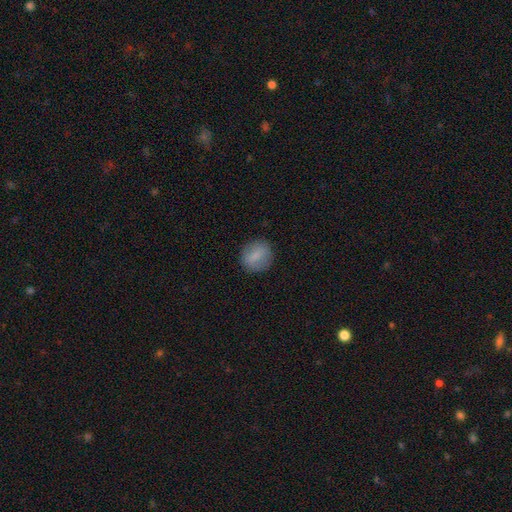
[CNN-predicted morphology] smooth-or-featured: smooth: 78% | featured or disk: 14% | star or artifact: 8%
  how-rounded: round: 73% | in between: 26% | cigar-shaped: 2%
  merging: none: 86% | minor disturbance: 10% | major disturbance: 3% | merger: 1%